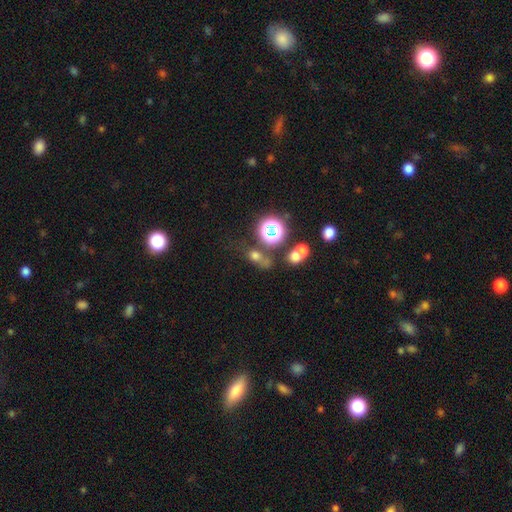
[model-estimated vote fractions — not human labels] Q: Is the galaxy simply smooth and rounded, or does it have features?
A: smooth — 59%.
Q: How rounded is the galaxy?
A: round — 48%.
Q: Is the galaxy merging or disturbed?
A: none — 46%.